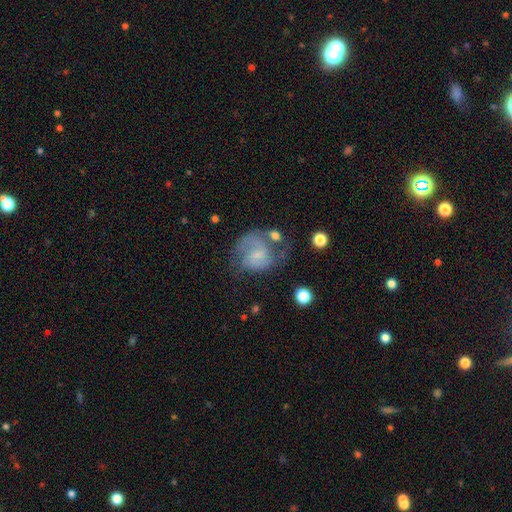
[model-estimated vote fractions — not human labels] A featured or disk galaxy (70%) with a weak bar (47%), 2 (69%) medium (49%) spiral arms (89%) and a small central bulge (41%).

Vote fractions:
- Smooth or featured? featured or disk: 70% / smooth: 22% / star or artifact: 9%
- Edge-on disk? no: 98% / yes: 2%
- Bar? weak: 47% / no: 44% / strong: 9%
- Spiral arms? yes: 89% / no: 11%
- Spiral winding? medium: 49% / tight: 28% / loose: 23%
- Spiral arm count? 2: 69% / can't tell: 13% / 1: 10% / 3: 4% / 4: 2% / more than 4: 2%
- Bulge size? small: 41% / none: 35% / moderate: 19% / large: 4% / dominant: 1%
- Merging? none: 48% / minor disturbance: 23% / major disturbance: 20% / merger: 8%